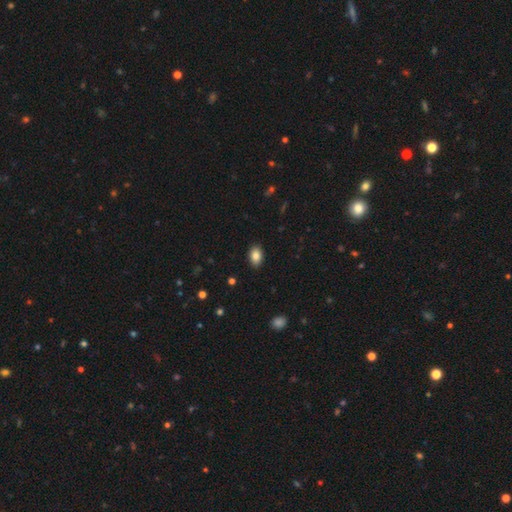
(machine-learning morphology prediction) smooth 85%, star or artifact 8%, featured or disk 6%. Down the decision tree: how rounded — in between (87%); merging — none (89%).